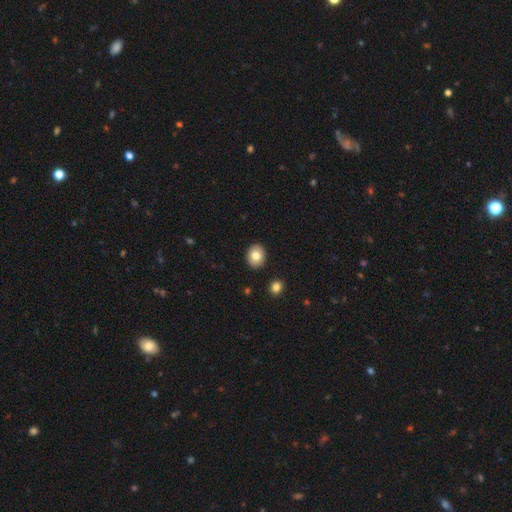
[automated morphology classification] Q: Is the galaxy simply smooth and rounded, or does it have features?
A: smooth — 80%.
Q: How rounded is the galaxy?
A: round — 50%.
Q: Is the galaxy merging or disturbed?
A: none — 91%.